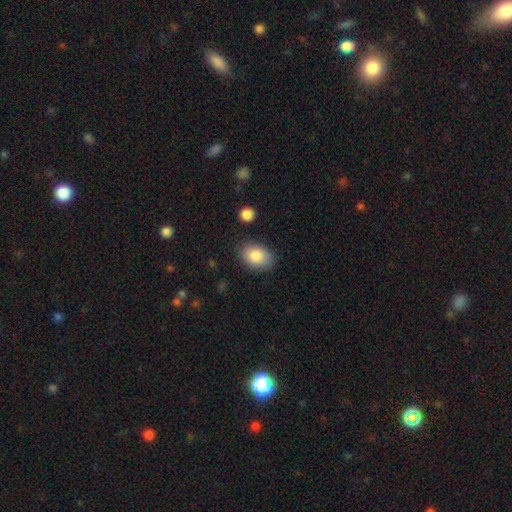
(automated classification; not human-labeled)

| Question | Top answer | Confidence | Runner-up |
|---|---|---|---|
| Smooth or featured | smooth | 85% | featured or disk (9%) |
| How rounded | in between | 86% | round (13%) |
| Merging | none | 82% | minor disturbance (13%) |